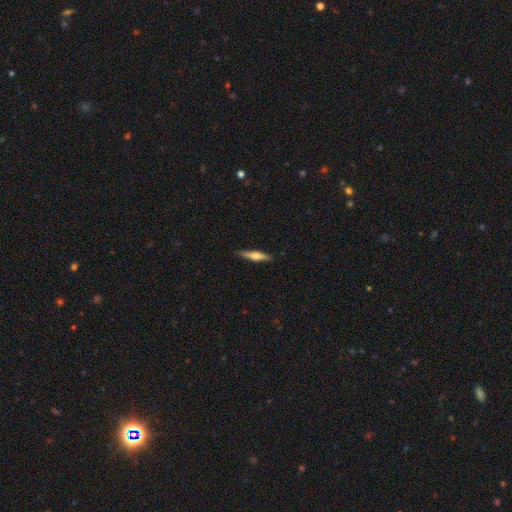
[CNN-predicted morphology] Overall: featured or disk (52%; smooth 42%). Edge-on disk: yes (96%). Edge-on bulge: rounded (86%). Merging: none (90%).